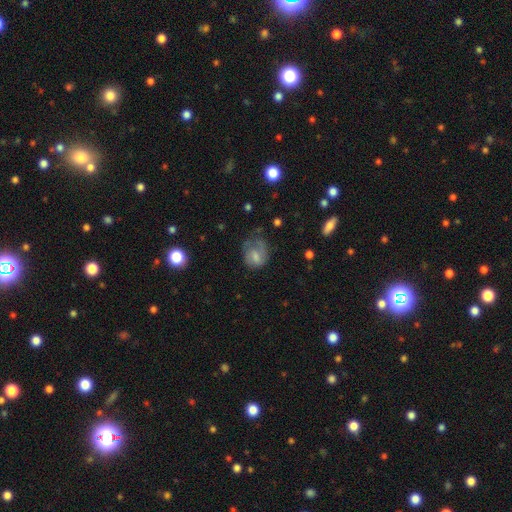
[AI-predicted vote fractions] Smooth or featured? smooth (58%)
How rounded? in between (50%)
Merging? none (39%)